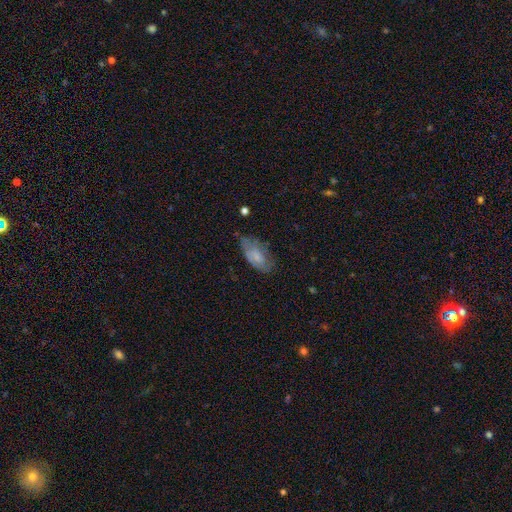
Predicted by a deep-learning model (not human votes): Smooth or featured? smooth (58%)
How rounded? in between (90%)
Merging? none (49%)